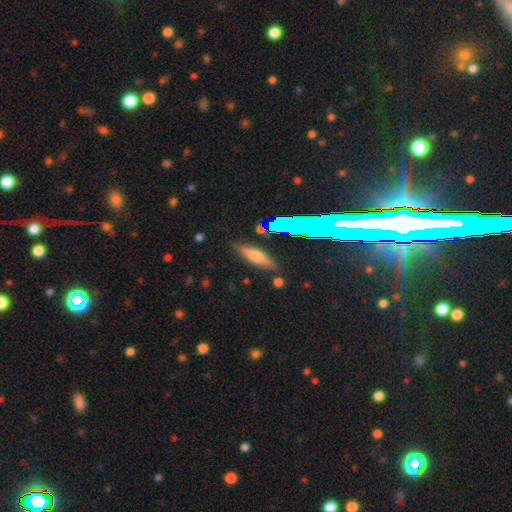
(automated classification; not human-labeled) Q: Smooth or featured?
A: smooth (52%); runner-up: featured or disk (37%)
Q: How rounded?
A: cigar-shaped (59%); runner-up: in between (37%)
Q: Merging?
A: none (80%); runner-up: minor disturbance (13%)